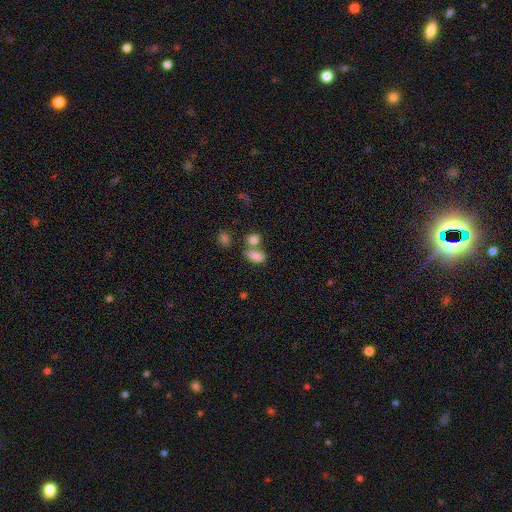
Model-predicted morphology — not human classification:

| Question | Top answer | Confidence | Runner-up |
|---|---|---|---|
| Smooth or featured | smooth | 83% | star or artifact (10%) |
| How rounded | in between | 86% | round (9%) |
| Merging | none | 42% | merger (39%) |